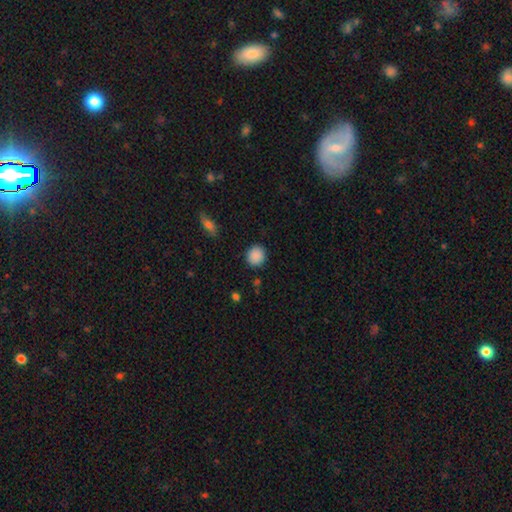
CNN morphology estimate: smooth-or-featured: smooth: 89% | star or artifact: 8% | featured or disk: 3%
  how-rounded: round: 84% | in between: 15% | cigar-shaped: 1%
  merging: none: 89% | minor disturbance: 7% | major disturbance: 2% | merger: 1%